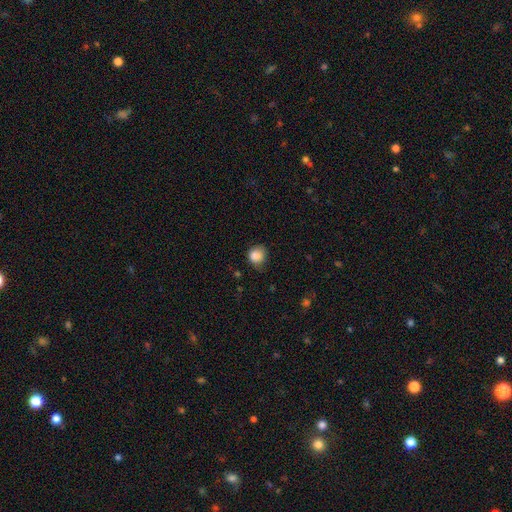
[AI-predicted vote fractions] This appears to be a smooth galaxy with no disk features (87%) that is round (84%). Merging: none (66%).